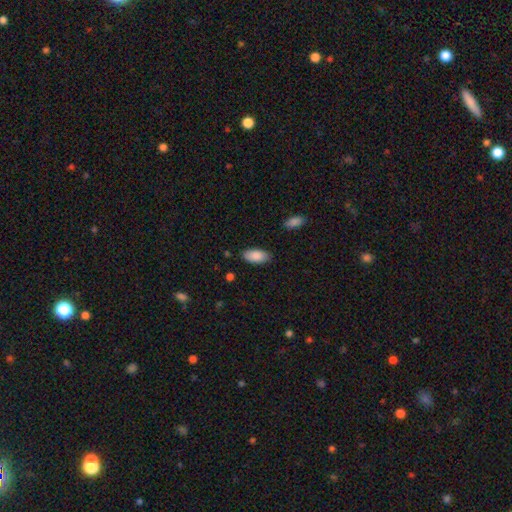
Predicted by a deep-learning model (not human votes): This is clearly a smooth galaxy (89%). How rounded: clearly in between (92%). Merging: clearly none (85%).